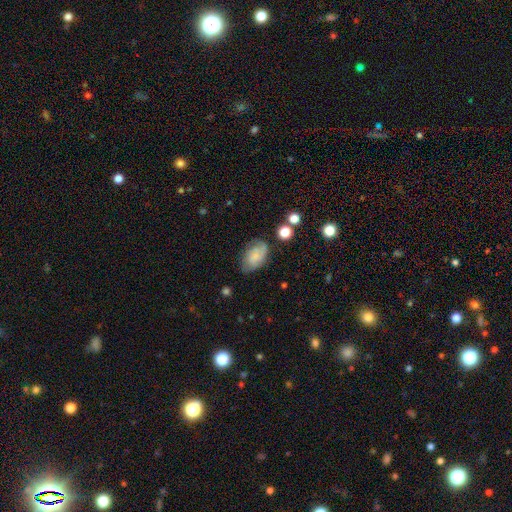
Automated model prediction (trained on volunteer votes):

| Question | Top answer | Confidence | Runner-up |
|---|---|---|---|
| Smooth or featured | smooth | 62% | featured or disk (29%) |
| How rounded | in between | 89% | round (9%) |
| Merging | none | 61% | minor disturbance (27%) |